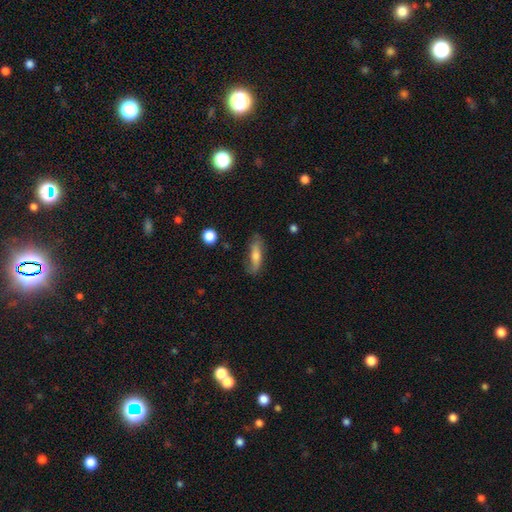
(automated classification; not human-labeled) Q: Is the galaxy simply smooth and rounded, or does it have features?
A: smooth — 56%.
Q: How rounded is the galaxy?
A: cigar-shaped — 58%.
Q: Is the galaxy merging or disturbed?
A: none — 71%.